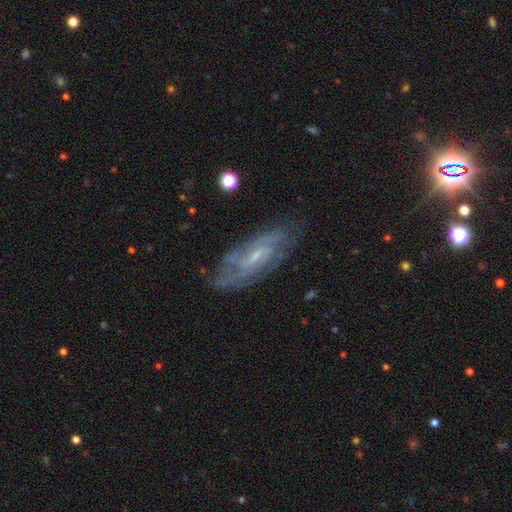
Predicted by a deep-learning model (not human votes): A featured or disk galaxy (71%) with no bar (47%), spiral arms (78%) and a small central bulge (68%).

Vote fractions:
- Smooth or featured? featured or disk: 71% / smooth: 20% / star or artifact: 9%
- Edge-on disk? no: 83% / yes: 17%
- Bar? no: 47% / weak: 43% / strong: 10%
- Spiral arms? yes: 78% / no: 22%
- Bulge size? small: 68% / moderate: 21% / none: 9% / large: 1% / dominant: 1%
- Merging? none: 72% / minor disturbance: 18% / major disturbance: 7% / merger: 2%